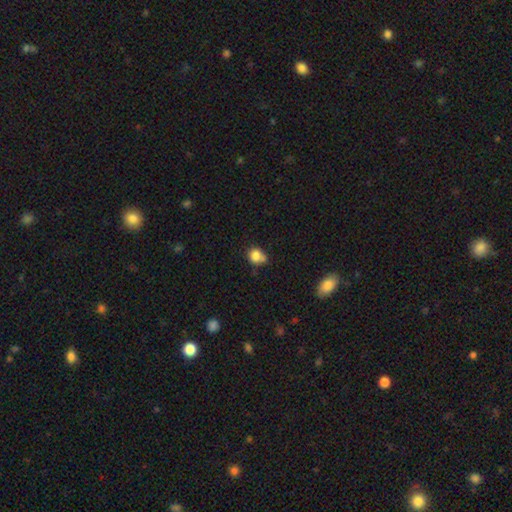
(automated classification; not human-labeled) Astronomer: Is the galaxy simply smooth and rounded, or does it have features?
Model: smooth — 81%.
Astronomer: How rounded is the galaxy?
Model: round — 71%.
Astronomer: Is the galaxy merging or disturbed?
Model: none — 46% (runner-up: minor disturbance, 28%).